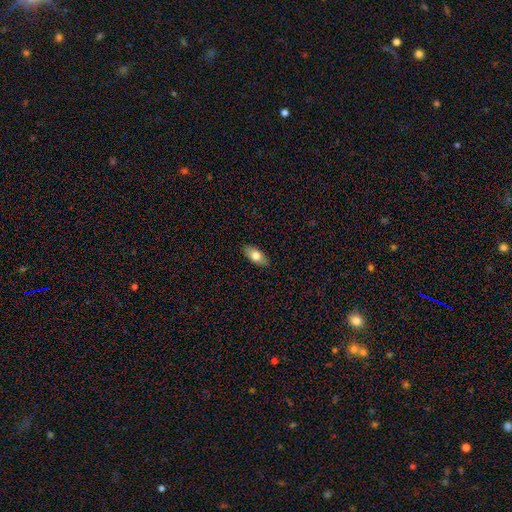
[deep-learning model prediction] Overall: smooth (77%). How rounded: in between (88%). Merging: none (87%).